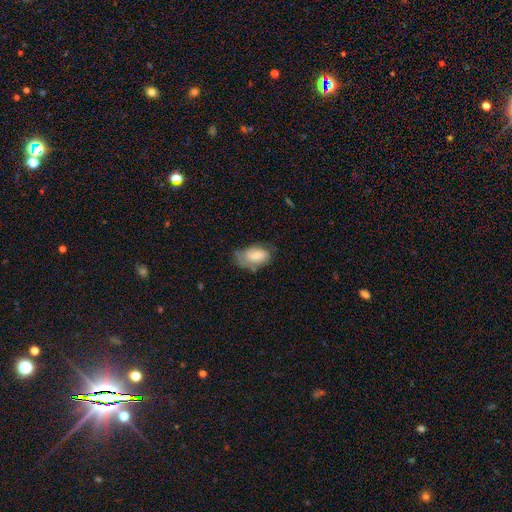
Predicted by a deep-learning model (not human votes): smooth_or_featured: smooth (p=0.73) [alt: featured or disk p=0.19]
how_rounded: in between (p=0.92) [alt: round p=0.05]
merging: none (p=0.44) [alt: minor disturbance p=0.37]